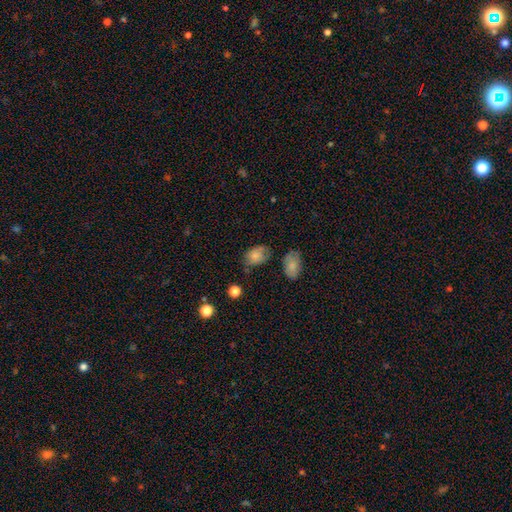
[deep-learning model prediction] This appears to be a smooth galaxy with no disk features (79%) that is in between round and cigar-shaped (75%). Merging: none (52%).